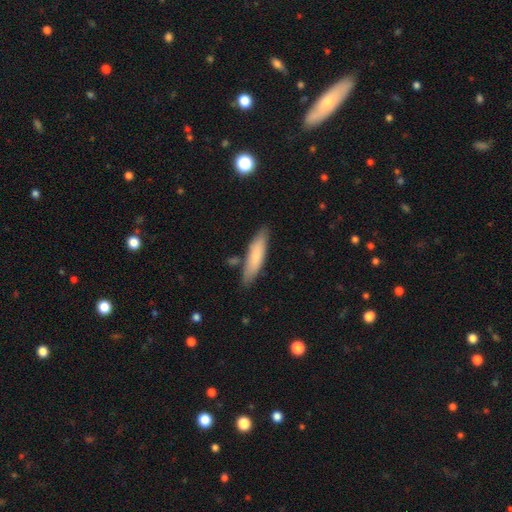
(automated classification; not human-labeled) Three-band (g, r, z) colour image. It shows a smooth galaxy with no disk features (75%) that is cigar-shaped (75%). Merging: none (81%).